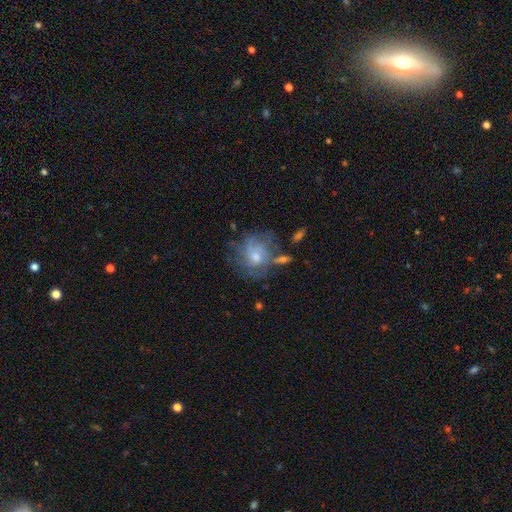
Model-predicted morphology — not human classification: Smooth or featured? featured or disk (63%)
Edge-on disk? no (97%)
Bar? no (72%)
Spiral arms? yes (73%)
Bulge size? moderate (51%)
Merging? none (54%)